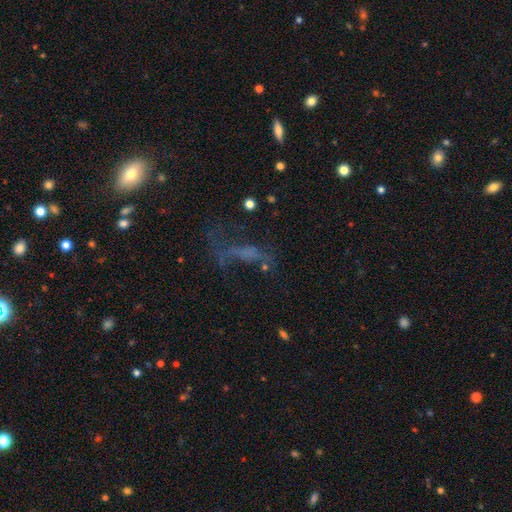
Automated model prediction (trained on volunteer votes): smooth_or_featured: featured or disk (p=0.36) [alt: star or artifact p=0.33]
merging: none (p=0.39) [alt: major disturbance p=0.38]